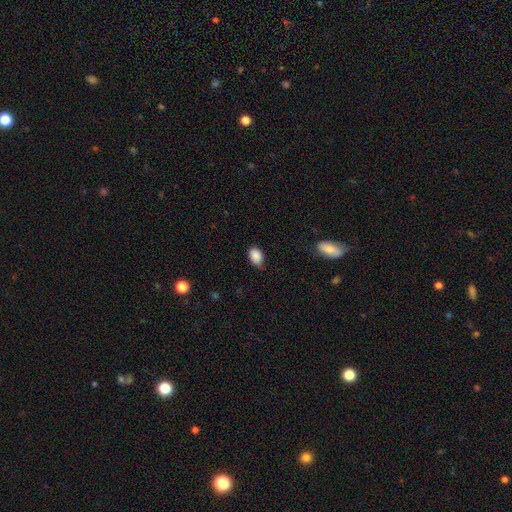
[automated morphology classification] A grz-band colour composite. It shows a smooth galaxy with no disk features (87%) that is in between round and cigar-shaped (81%). Merging: none (65%).